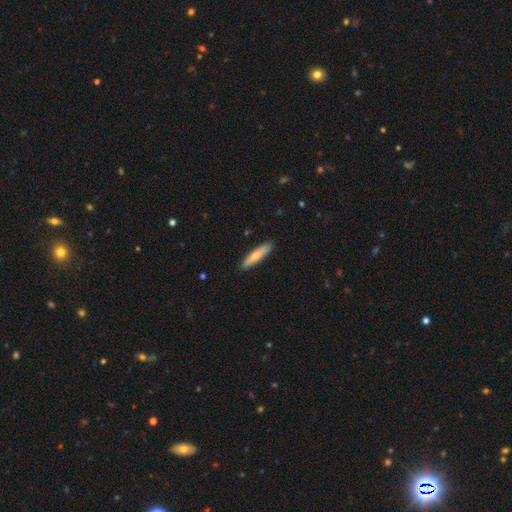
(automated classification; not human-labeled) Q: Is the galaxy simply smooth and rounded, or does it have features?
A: smooth — 66%.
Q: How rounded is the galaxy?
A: cigar-shaped — 84%.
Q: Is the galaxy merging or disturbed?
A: none — 90%.